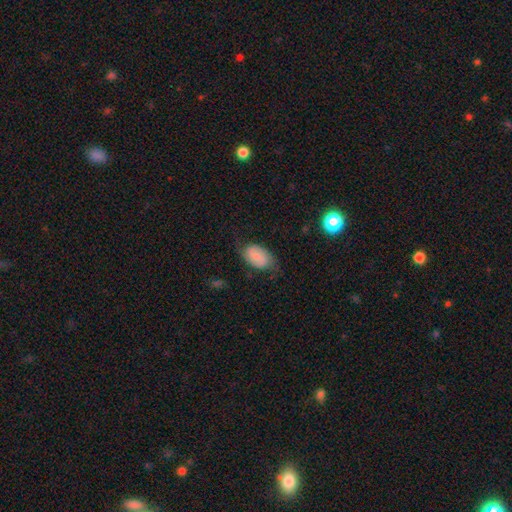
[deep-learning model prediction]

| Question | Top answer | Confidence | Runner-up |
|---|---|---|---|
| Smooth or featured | smooth | 57% | featured or disk (35%) |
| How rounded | in between | 89% | round (9%) |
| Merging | none | 60% | minor disturbance (26%) |